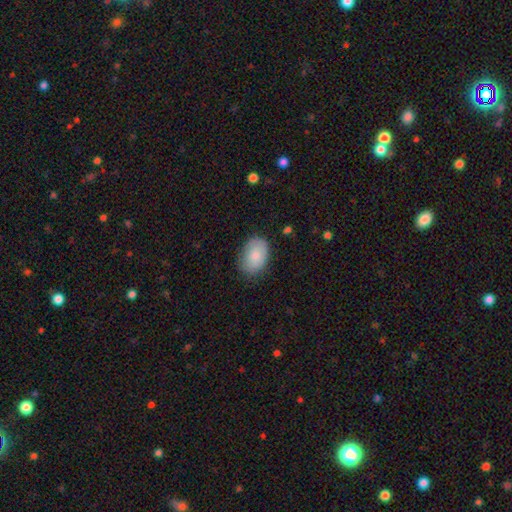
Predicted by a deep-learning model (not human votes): A smooth galaxy with no disk features (81%) that is in between round and cigar-shaped (83%).

Vote fractions:
- Smooth or featured? smooth: 81% / featured or disk: 12% / star or artifact: 7%
- How rounded? in between: 83% / round: 16% / cigar-shaped: 1%
- Merging? none: 75% / minor disturbance: 19% / major disturbance: 4% / merger: 1%